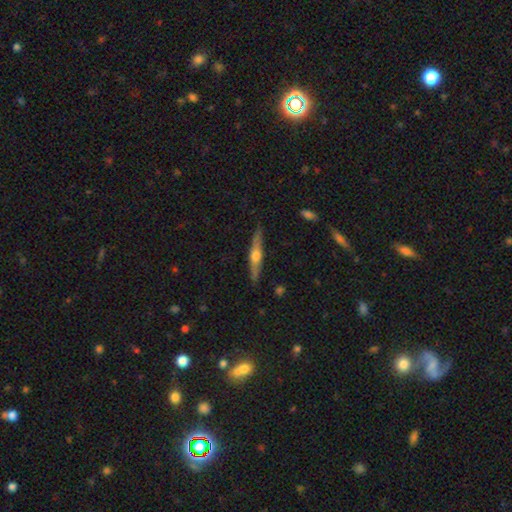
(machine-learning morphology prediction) A featured or disk galaxy (66%) viewed edge-on (96%) with a rounded central bulge (92%). Merging: none (88%).